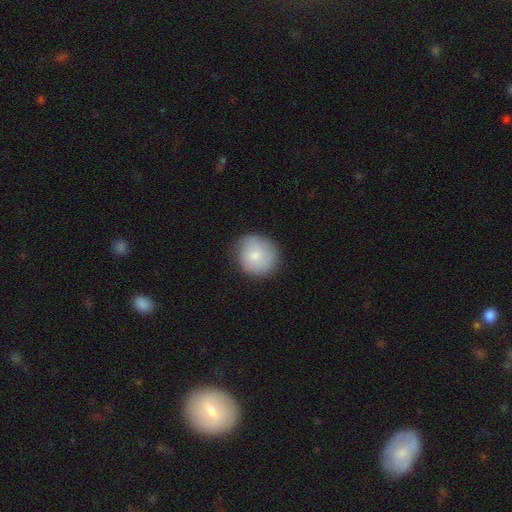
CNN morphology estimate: type=smooth (77%); roundness=round (86%); merging=none (77%).